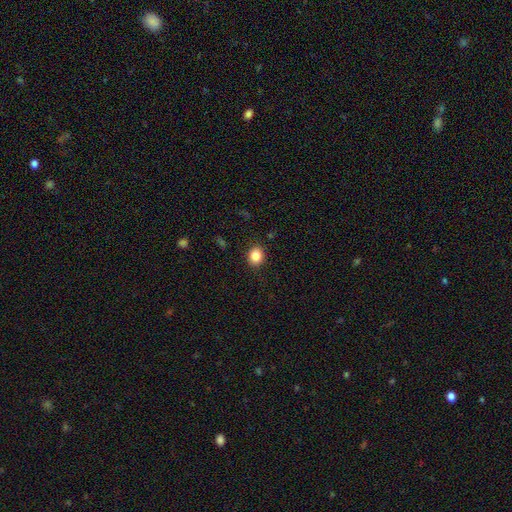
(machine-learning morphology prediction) This appears to be a smooth galaxy with no disk features (86%) that is round (62%). Merging: none (89%).